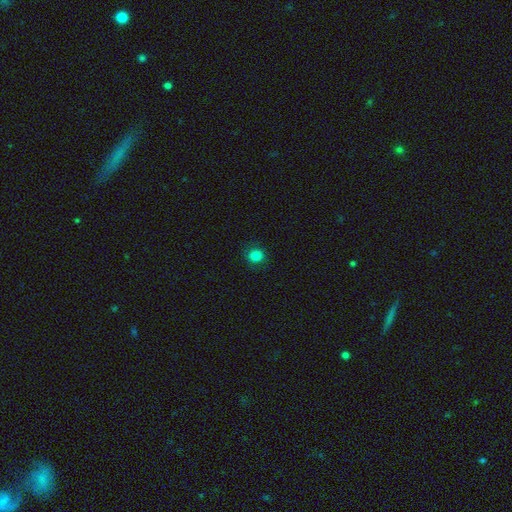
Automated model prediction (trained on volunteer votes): smooth 84%, star or artifact 13%, featured or disk 4%. Down the decision tree: how rounded — round (83%); merging — none (87%).